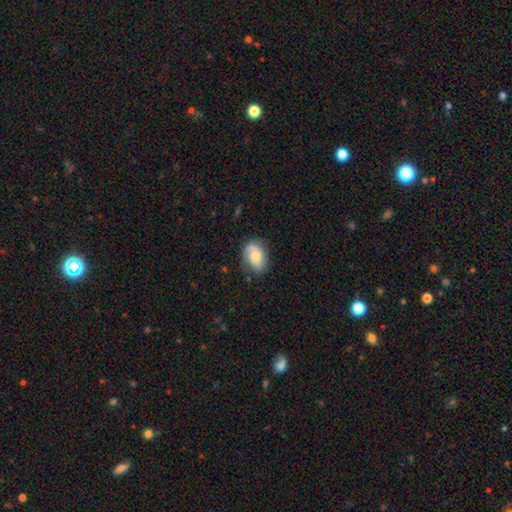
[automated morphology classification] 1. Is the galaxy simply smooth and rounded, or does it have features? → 53% smooth, 39% featured or disk, 8% star or artifact.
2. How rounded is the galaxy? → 77% in between, 22% round, 2% cigar-shaped.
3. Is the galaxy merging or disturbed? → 66% none, 25% minor disturbance, 8% major disturbance, 2% merger.